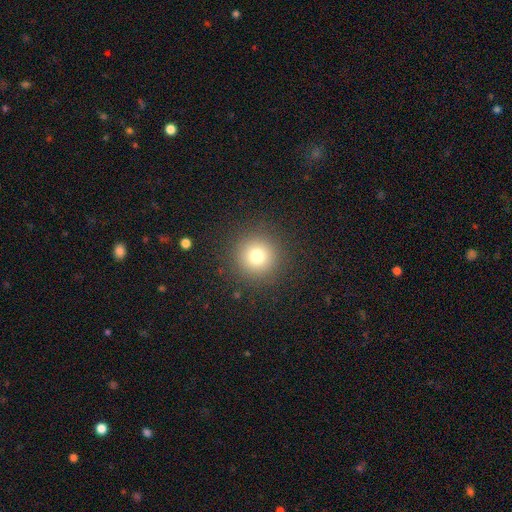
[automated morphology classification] Smooth or featured: smooth — 72% (star or artifact — 21%)
How rounded: round — 96% (in between — 3%)
Merging: none — 93% (minor disturbance — 4%)